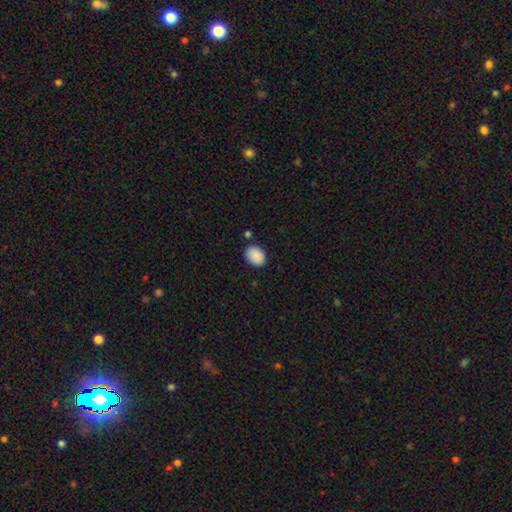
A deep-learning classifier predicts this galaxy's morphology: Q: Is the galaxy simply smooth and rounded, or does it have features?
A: smooth — 90%.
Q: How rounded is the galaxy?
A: in between — 66%.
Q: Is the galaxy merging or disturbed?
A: none — 82%.